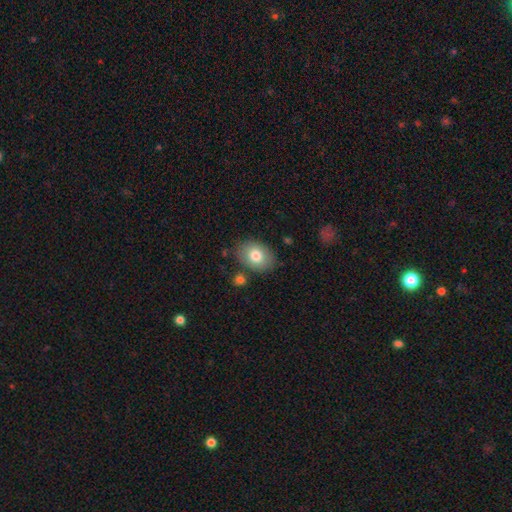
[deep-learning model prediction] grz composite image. It shows a smooth galaxy with no disk features (78%) that is in between round and cigar-shaped (75%). Merging: none (80%).